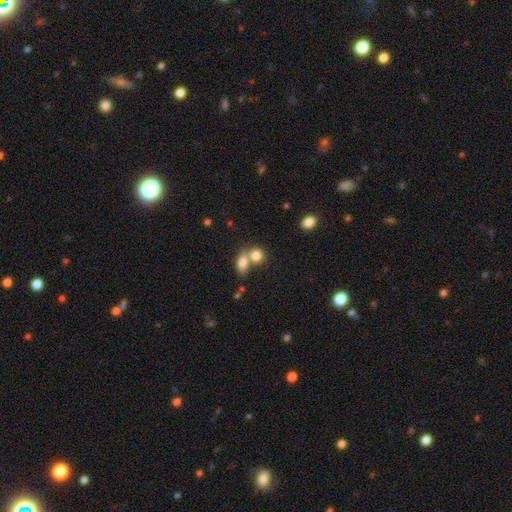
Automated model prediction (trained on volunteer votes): smooth-or-featured: smooth: 82% | star or artifact: 9% | featured or disk: 9%
  how-rounded: round: 55% | in between: 43% | cigar-shaped: 2%
  merging: merger: 53% | none: 36% | minor disturbance: 8% | major disturbance: 4%